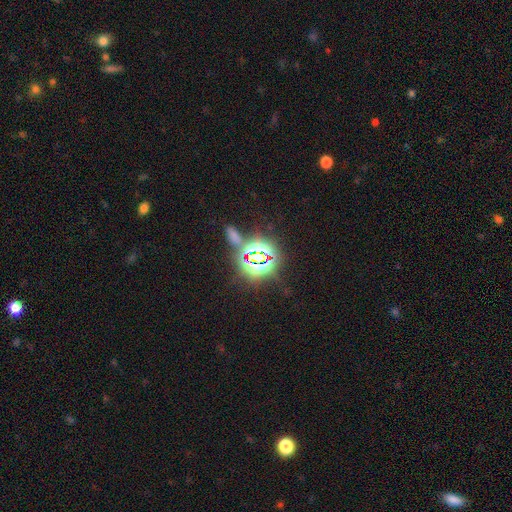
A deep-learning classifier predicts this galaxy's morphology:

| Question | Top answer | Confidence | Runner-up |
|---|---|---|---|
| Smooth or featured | star or artifact | 81% | smooth (12%) |